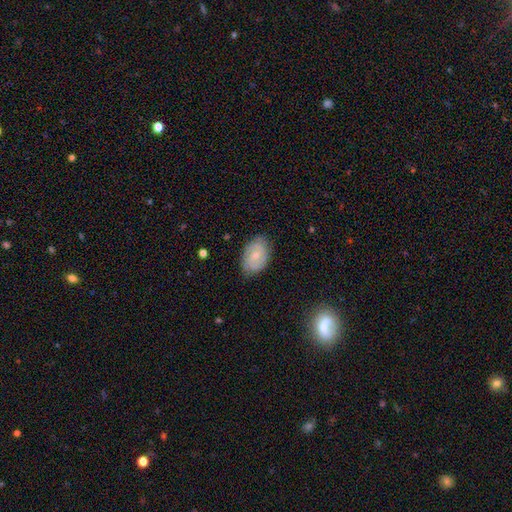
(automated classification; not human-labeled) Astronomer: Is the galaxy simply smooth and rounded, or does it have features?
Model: featured or disk — 63%.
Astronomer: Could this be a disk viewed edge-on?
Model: no — 97%.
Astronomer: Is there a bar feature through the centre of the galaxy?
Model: no — 50% (runner-up: weak, 44%).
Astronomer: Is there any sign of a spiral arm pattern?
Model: yes — 90%.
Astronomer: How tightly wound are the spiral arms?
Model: tight — 45% (runner-up: medium, 42%).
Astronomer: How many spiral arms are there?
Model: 2 — 73%.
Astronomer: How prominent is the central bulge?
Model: small — 62%.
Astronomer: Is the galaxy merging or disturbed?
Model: none — 80%.